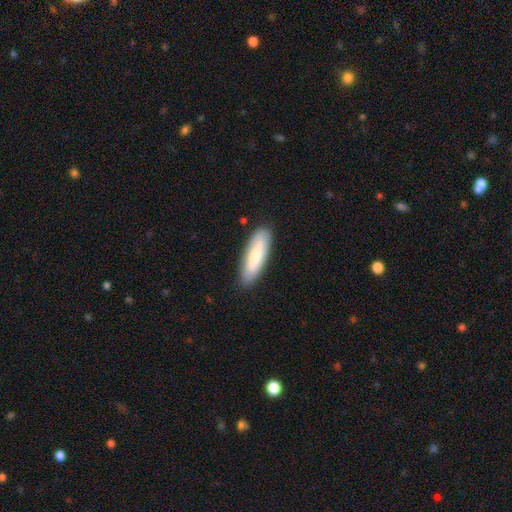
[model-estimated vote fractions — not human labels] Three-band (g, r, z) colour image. It shows a smooth galaxy with no disk features (76%) that is cigar-shaped (53%). Merging: none (86%).